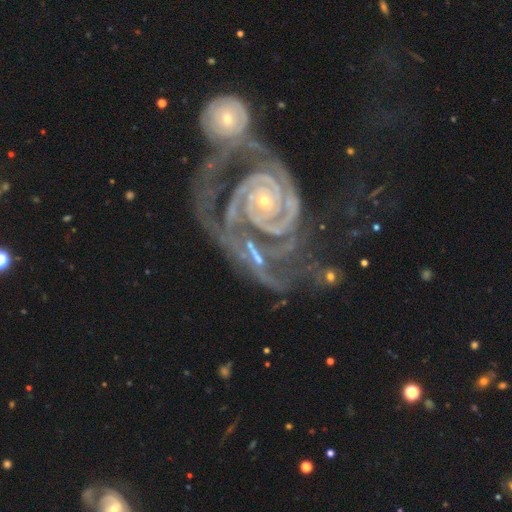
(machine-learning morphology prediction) smooth-or-featured: featured or disk: 90% | star or artifact: 5% | smooth: 4%
  disk-edge-on: no: 97% | yes: 3%
    bar: no: 63% | weak: 21% | strong: 16%
    has-spiral-arms: yes: 97% | no: 3%
      spiral-winding: tight: 70% | medium: 24% | loose: 7%
      spiral-arm-count: 2: 51% | 3: 18% | can't tell: 12% | 4: 7% | more than 4: 6% | 1: 6%
    bulge-size: small: 72% | moderate: 22% | large: 2% | none: 2% | dominant: 1%
  merging: merger: 40% | none: 26% | major disturbance: 19% | minor disturbance: 15%